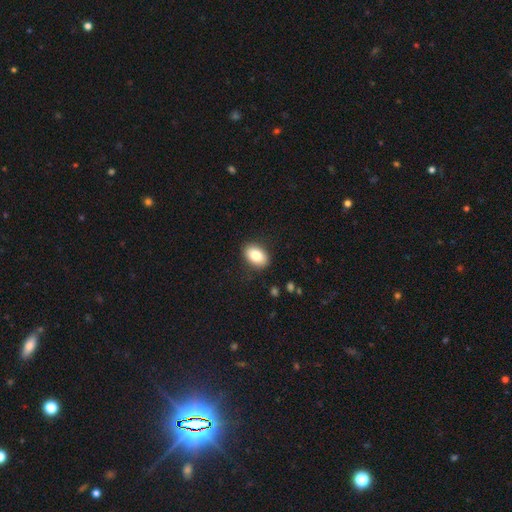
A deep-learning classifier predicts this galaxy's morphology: smooth_or_featured: smooth (p=0.83) [alt: featured or disk p=0.09]
how_rounded: in between (p=0.86) [alt: round p=0.13]
merging: none (p=0.87) [alt: minor disturbance p=0.09]